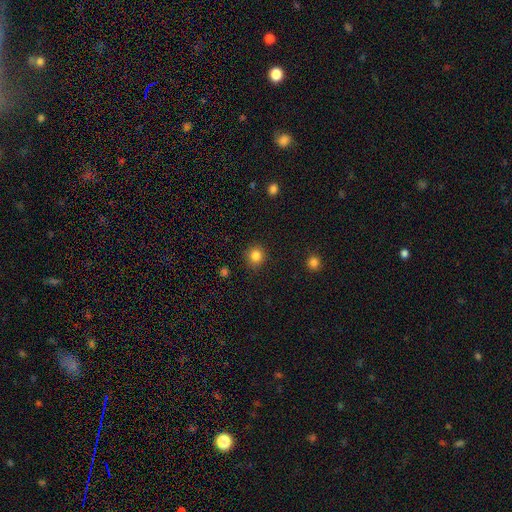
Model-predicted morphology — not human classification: Smooth or featured: smooth — 84% (star or artifact — 11%)
How rounded: round — 88% (in between — 11%)
Merging: none — 88% (minor disturbance — 8%)